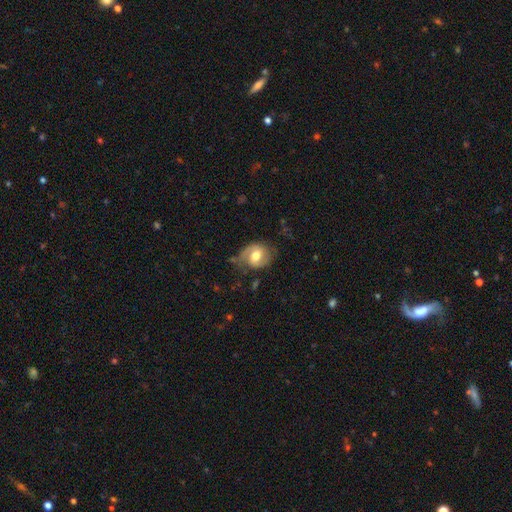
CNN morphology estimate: Smooth or featured?
  - featured or disk: 52% *
  - smooth: 41%
  - star or artifact: 7%
Edge-on disk?
  - no: 96% *
  - yes: 4%
Bar?
  - weak: 43% *
  - no: 41%
  - strong: 16%
Spiral arms?
  - yes: 77% *
  - no: 23%
Bulge size?
  - moderate: 68% *
  - large: 20%
  - small: 9%
  - dominant: 2%
  - none: 1%
Merging?
  - none: 57% *
  - minor disturbance: 27%
  - major disturbance: 14%
  - merger: 2%